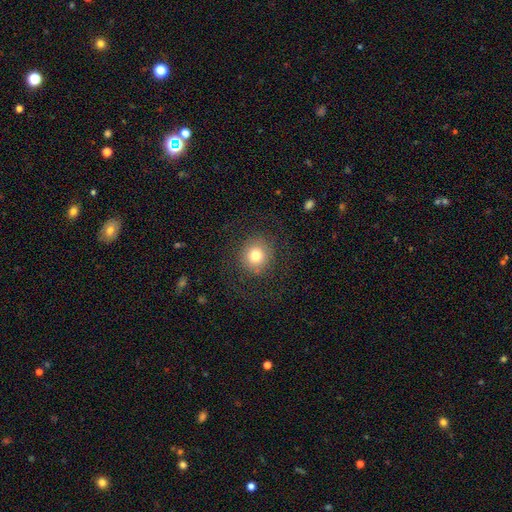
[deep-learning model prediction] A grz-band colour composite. It shows a smooth galaxy with no disk features (75%) that is round (91%). Merging: none (82%).